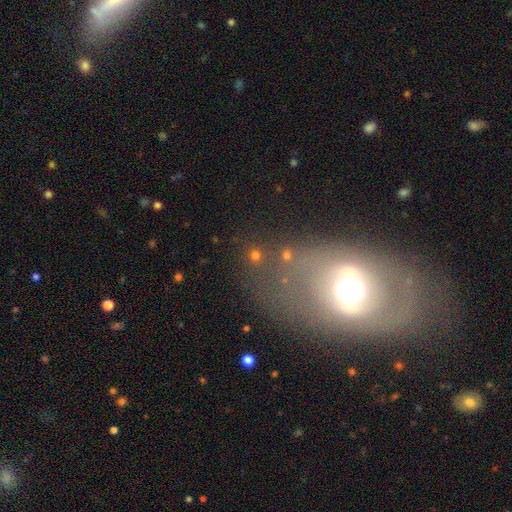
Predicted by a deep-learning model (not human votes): smooth_or_featured: smooth (p=0.49) [alt: star or artifact p=0.36]
merging: none (p=0.67) [alt: minor disturbance p=0.12]